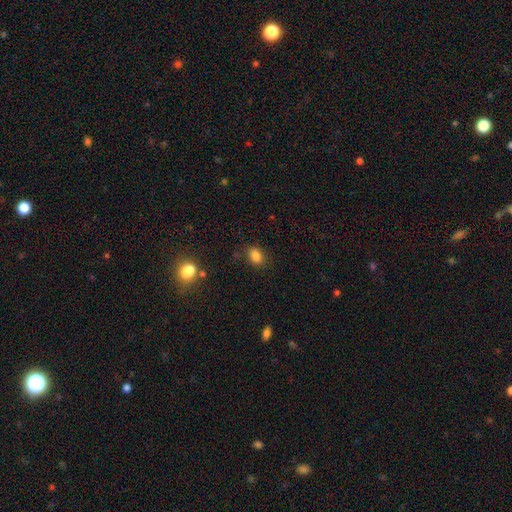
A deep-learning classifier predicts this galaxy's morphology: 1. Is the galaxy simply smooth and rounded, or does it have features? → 84% smooth, 11% star or artifact, 5% featured or disk.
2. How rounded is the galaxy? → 76% in between, 23% round, 1% cigar-shaped.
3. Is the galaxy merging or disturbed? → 80% none, 13% minor disturbance, 4% major disturbance, 3% merger.